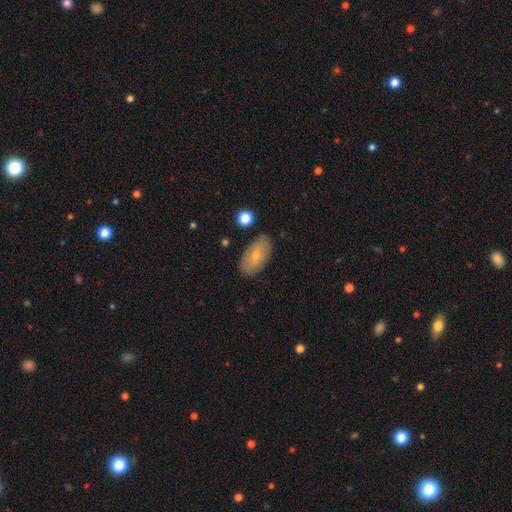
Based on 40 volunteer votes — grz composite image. It shows a smooth galaxy with no disk features (62%) that is in between round and cigar-shaped (100%). Merging: none (66%).